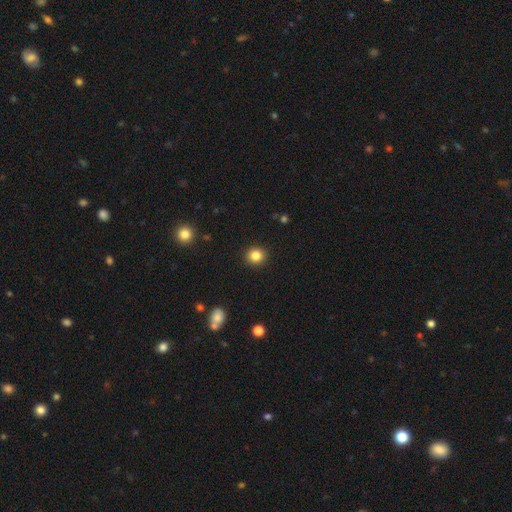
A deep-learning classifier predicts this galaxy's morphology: This appears to be a smooth galaxy with no disk features (85%) that is round (89%). Merging: none (92%).